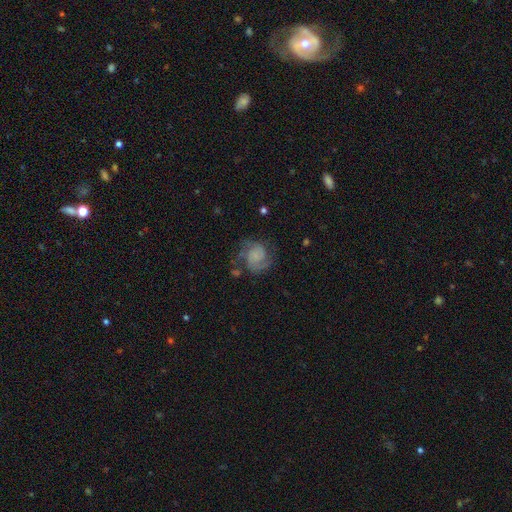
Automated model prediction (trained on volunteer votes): smooth_or_featured: featured or disk (p=0.68) [alt: smooth p=0.23]
disk_edge_on: no (p=0.98) [alt: yes p=0.02]
bar: no (p=0.72) [alt: weak p=0.23]
has_spiral_arms: yes (p=0.92) [alt: no p=0.08]
spiral_winding: medium (p=0.43) [alt: tight p=0.40]
spiral_arm_count: 2 (p=0.70) [alt: can't tell p=0.12]
bulge_size: none (p=0.54) [alt: small p=0.25]
merging: none (p=0.61) [alt: minor disturbance p=0.20]